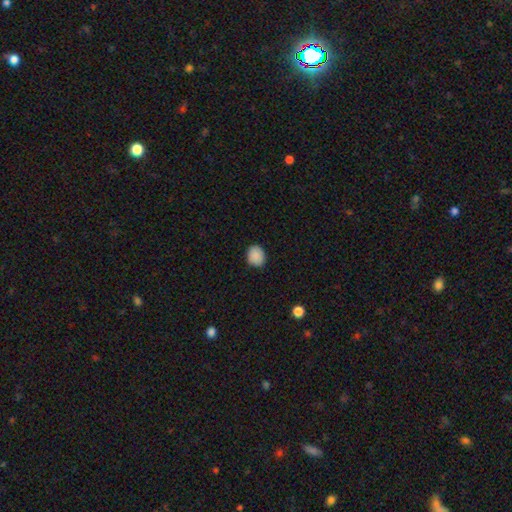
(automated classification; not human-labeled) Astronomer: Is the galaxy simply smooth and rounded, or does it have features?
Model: smooth — 89%.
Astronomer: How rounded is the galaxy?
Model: round — 60% (runner-up: in between, 39%).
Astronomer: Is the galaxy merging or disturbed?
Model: none — 88%.